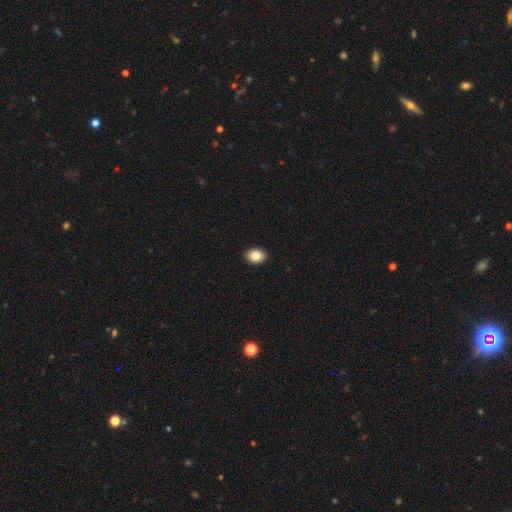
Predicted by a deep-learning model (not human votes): smooth 86%, star or artifact 8%, featured or disk 6%. Down the decision tree: how rounded — in between (69%); merging — none (92%).